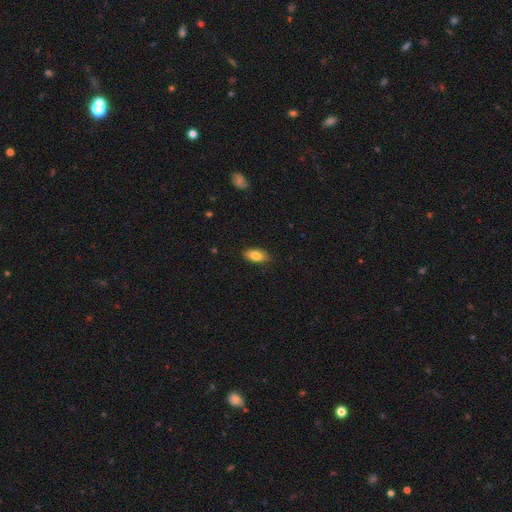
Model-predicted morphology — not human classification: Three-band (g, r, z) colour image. It shows a smooth galaxy with no disk features (83%) that is in between round and cigar-shaped (90%). Merging: none (86%).